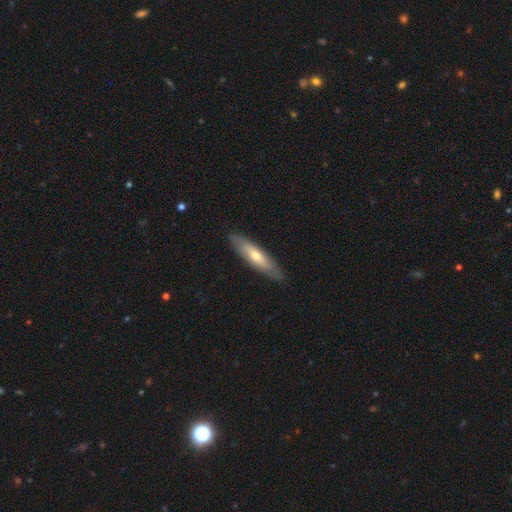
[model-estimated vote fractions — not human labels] smooth 51%, featured or disk 42%, star or artifact 6%. Down the decision tree: how rounded — cigar-shaped (78%); merging — none (87%).